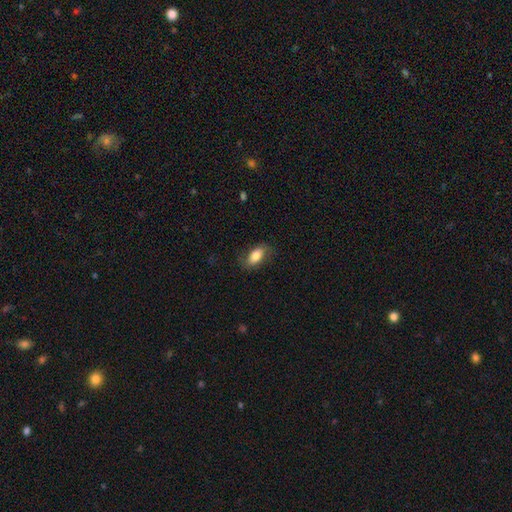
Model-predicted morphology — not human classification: type=smooth (73%); roundness=in between (88%); merging=none (74%).